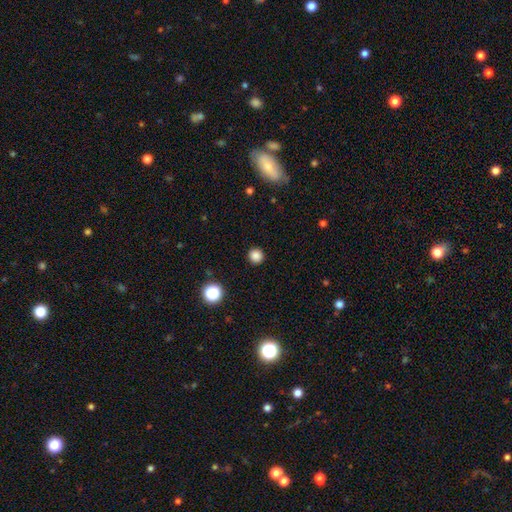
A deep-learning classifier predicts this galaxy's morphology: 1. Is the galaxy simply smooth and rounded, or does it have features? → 84% smooth, 13% star or artifact, 3% featured or disk.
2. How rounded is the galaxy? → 94% round, 5% in between, 1% cigar-shaped.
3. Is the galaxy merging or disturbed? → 92% none, 5% minor disturbance, 2% major disturbance, 1% merger.